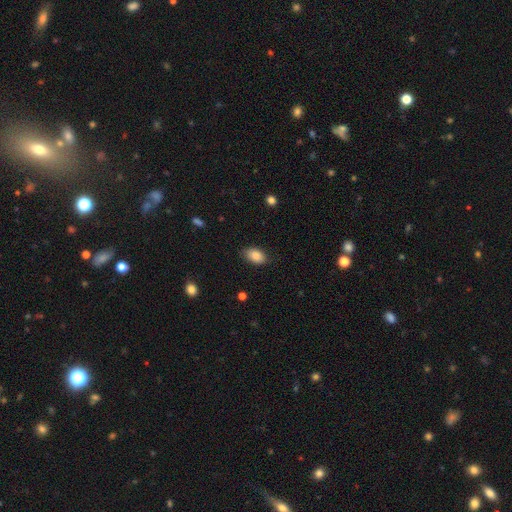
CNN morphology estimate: A smooth galaxy with no disk features (87%) that is in between round and cigar-shaped (88%).

Vote fractions:
- Smooth or featured? smooth: 87% / star or artifact: 8% / featured or disk: 6%
- How rounded? in between: 88% / round: 10% / cigar-shaped: 1%
- Merging? none: 79% / minor disturbance: 16% / major disturbance: 3% / merger: 1%